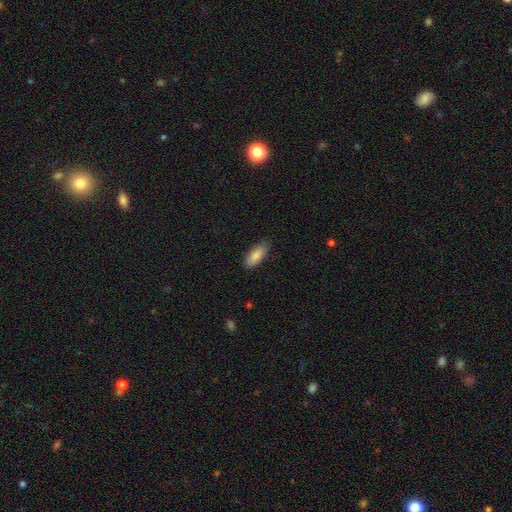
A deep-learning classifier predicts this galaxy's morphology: smooth-or-featured: smooth: 87% | featured or disk: 7% | star or artifact: 6%
  how-rounded: in between: 83% | cigar-shaped: 15% | round: 2%
  merging: none: 80% | minor disturbance: 16% | major disturbance: 3% | merger: 1%